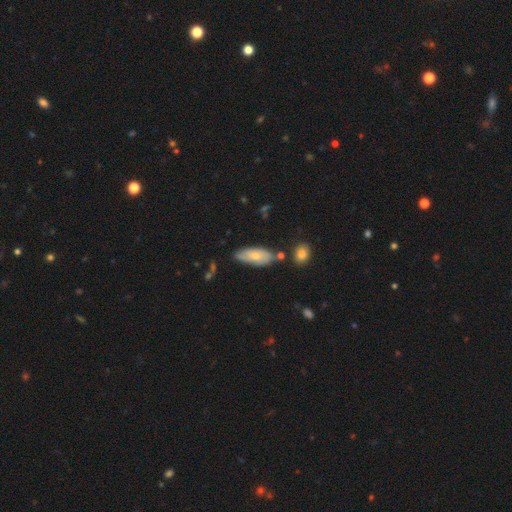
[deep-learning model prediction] smooth-or-featured: smooth: 67% | featured or disk: 27% | star or artifact: 6%
  how-rounded: in between: 80% | cigar-shaped: 17% | round: 2%
  merging: none: 66% | minor disturbance: 22% | merger: 8% | major disturbance: 4%